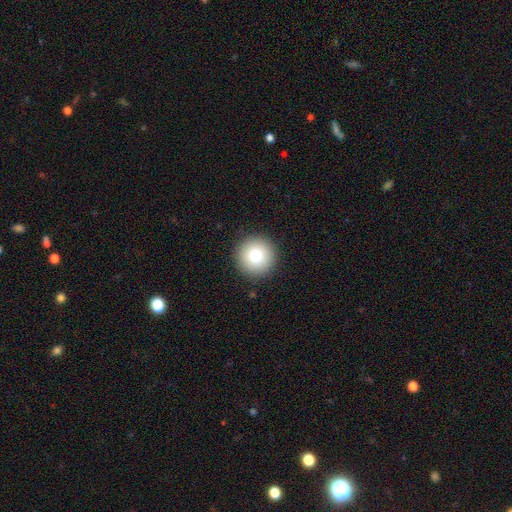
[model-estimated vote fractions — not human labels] smooth-or-featured: smooth: 79% | featured or disk: 11% | star or artifact: 10%
  how-rounded: round: 96% | in between: 3% | cigar-shaped: 1%
  merging: none: 92% | minor disturbance: 5% | major disturbance: 2% | merger: 1%